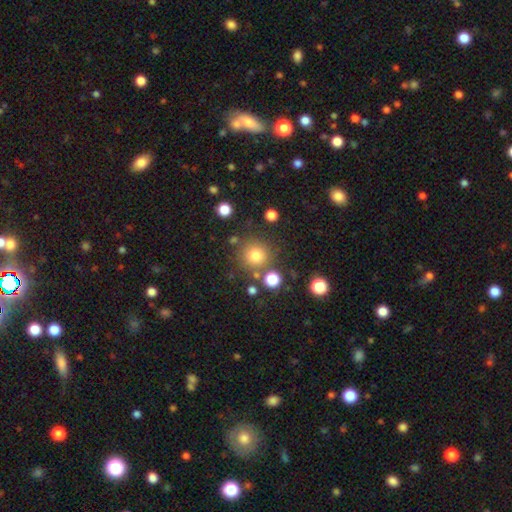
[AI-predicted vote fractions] smooth 78%, star or artifact 14%, featured or disk 8%. Down the decision tree: how rounded — round (94%); merging — none (79%).